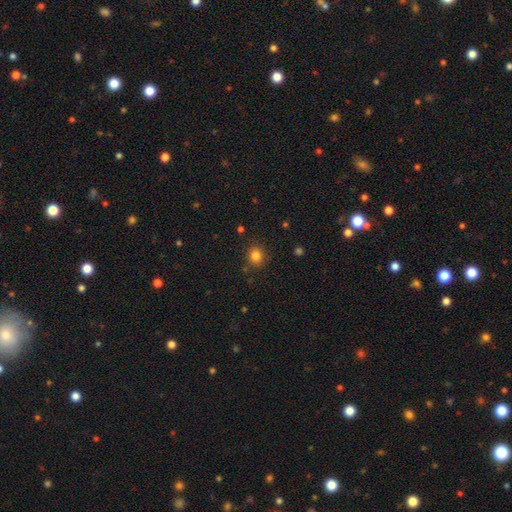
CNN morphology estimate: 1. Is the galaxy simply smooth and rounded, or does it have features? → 83% smooth, 13% star or artifact, 5% featured or disk.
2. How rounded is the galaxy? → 80% round, 19% in between, 1% cigar-shaped.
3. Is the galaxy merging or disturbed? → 86% none, 9% minor disturbance, 3% major disturbance, 2% merger.